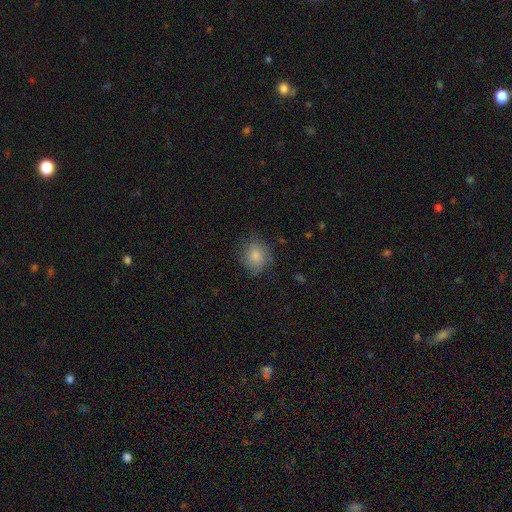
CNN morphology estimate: Smooth or featured? Predicted: smooth (p=0.81). How rounded? Predicted: round (p=0.74). Merging? Predicted: none (p=0.71).